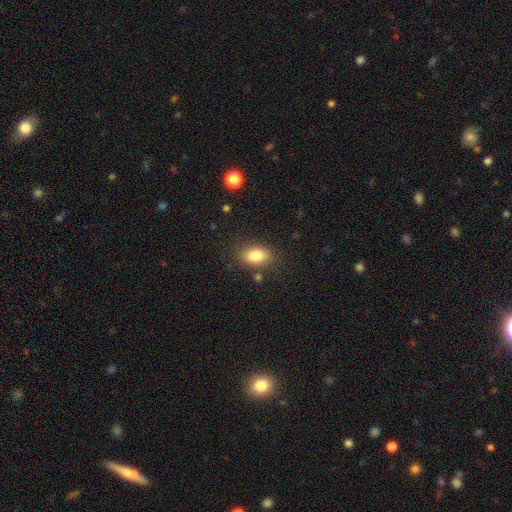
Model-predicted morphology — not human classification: Smooth or featured? Predicted: smooth (p=0.83). How rounded? Predicted: in between (p=0.84). Merging? Predicted: none (p=0.81).